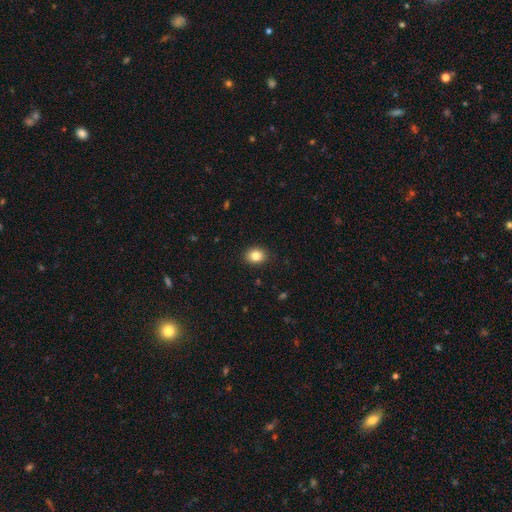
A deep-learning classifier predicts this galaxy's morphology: Smooth or featured: smooth — 84% (star or artifact — 9%)
How rounded: in between — 53% (round — 46%)
Merging: none — 90% (minor disturbance — 8%)